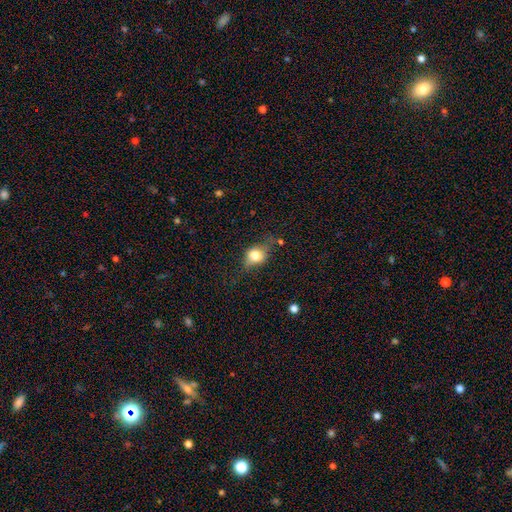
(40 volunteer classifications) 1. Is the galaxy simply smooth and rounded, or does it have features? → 68% smooth, 22% featured or disk, 10% star or artifact.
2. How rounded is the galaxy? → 59% in between, 41% round, 0% cigar-shaped.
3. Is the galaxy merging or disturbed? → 64% none, 22% minor disturbance, 11% major disturbance, 3% merger.